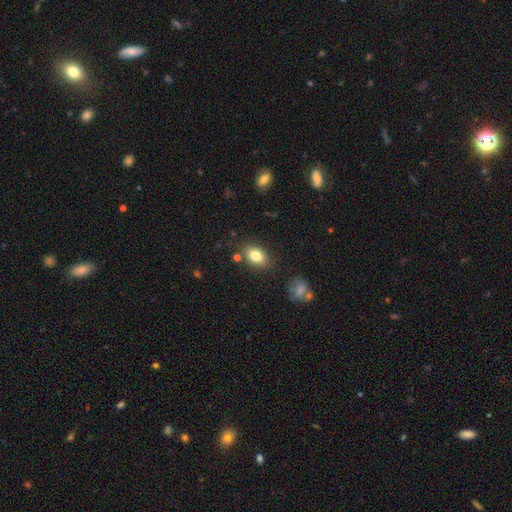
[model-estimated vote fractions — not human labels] A smooth galaxy with no disk features (81%) that is in between round and cigar-shaped (81%).

Vote fractions:
- Smooth or featured? smooth: 81% / featured or disk: 10% / star or artifact: 9%
- How rounded? in between: 81% / round: 18% / cigar-shaped: 2%
- Merging? none: 80% / minor disturbance: 13% / merger: 4% / major disturbance: 3%